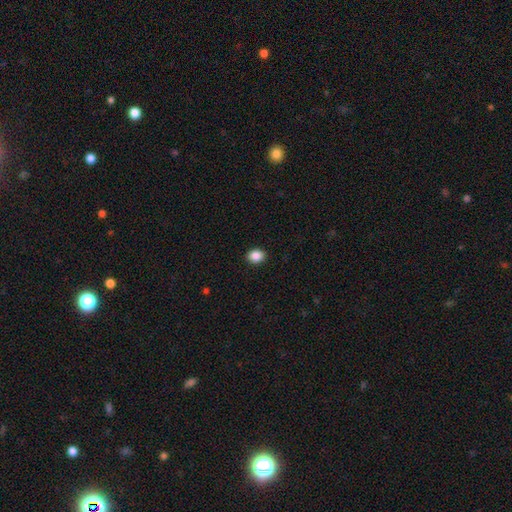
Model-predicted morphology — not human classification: Smooth or featured? smooth (88%)
How rounded? round (52%)
Merging? none (91%)